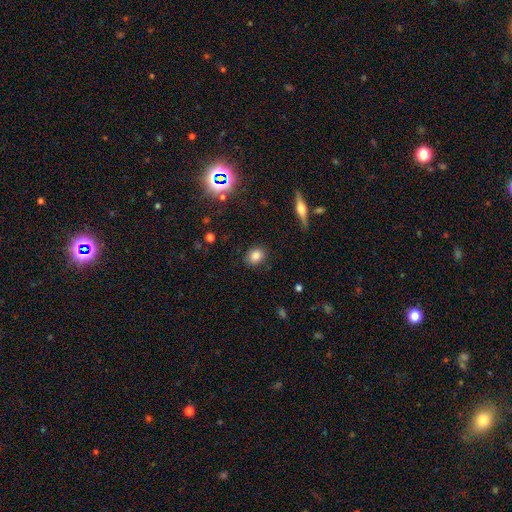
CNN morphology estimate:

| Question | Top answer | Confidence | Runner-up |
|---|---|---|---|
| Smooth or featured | smooth | 82% | star or artifact (10%) |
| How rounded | round | 50% | in between (48%) |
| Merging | none | 88% | minor disturbance (8%) |